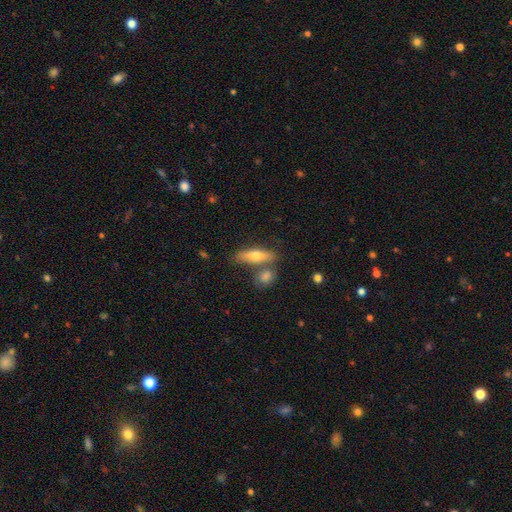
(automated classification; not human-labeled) Morphology: type=smooth (57%); roundness=cigar-shaped (63%); merging=none (66%).